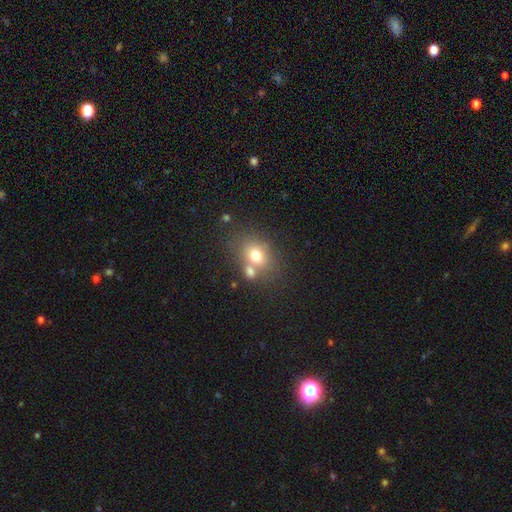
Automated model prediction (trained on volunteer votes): Morphology: type=smooth (72%); roundness=in between (59%); merging=none (51%).